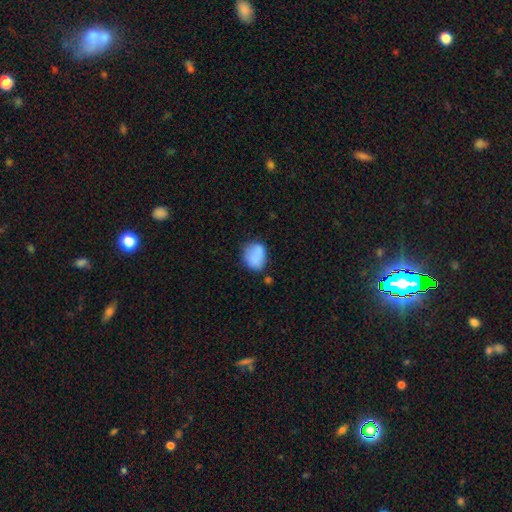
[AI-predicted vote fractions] Morphology: type=smooth (82%); roundness=round (54%); merging=none (61%).